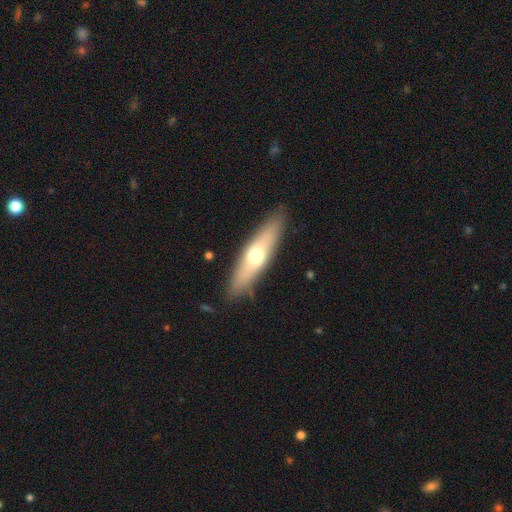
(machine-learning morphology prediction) A smooth galaxy with no disk features (55%) that is cigar-shaped (66%). Merging: none (87%).